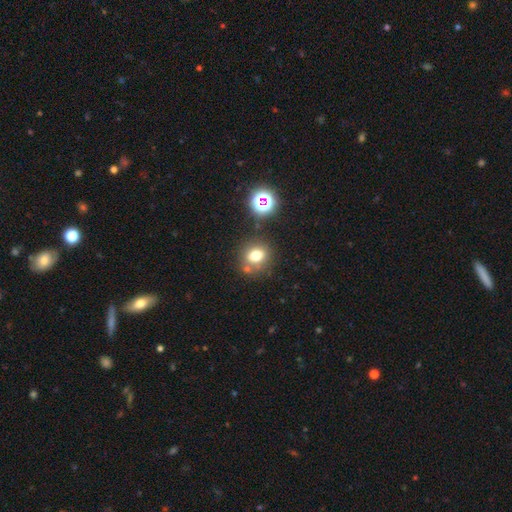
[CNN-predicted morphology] Smooth or featured? smooth (72%)
How rounded? round (67%)
Merging? none (70%)